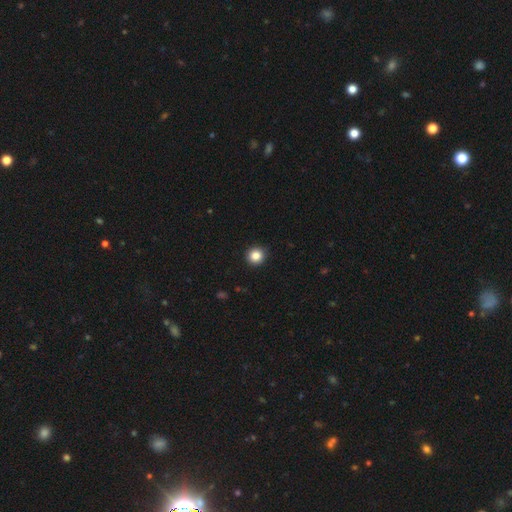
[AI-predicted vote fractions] A smooth galaxy with no disk features (86%) that is round (94%). Merging: none (93%).